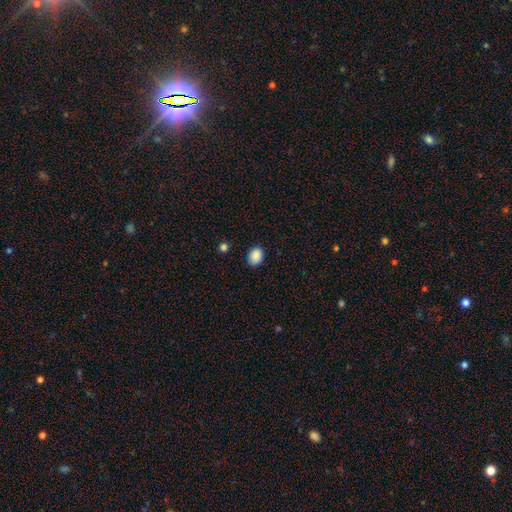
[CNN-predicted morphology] smooth_or_featured: smooth (p=0.89) [alt: star or artifact p=0.08]
how_rounded: in between (p=0.57) [alt: round p=0.43]
merging: none (p=0.86) [alt: minor disturbance p=0.10]